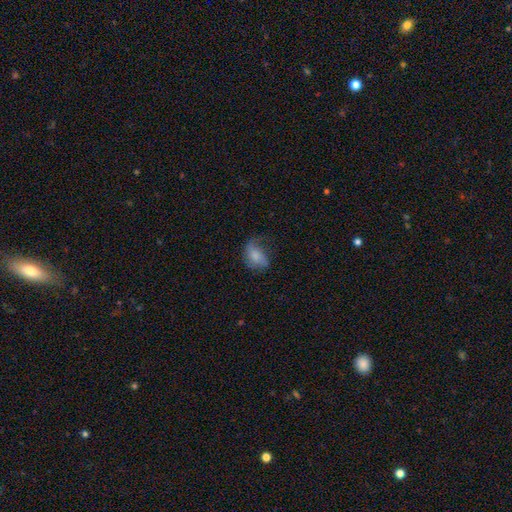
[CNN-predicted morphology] A smooth galaxy with no disk features (61%) that is in between round and cigar-shaped (82%). Merging: none (38%).